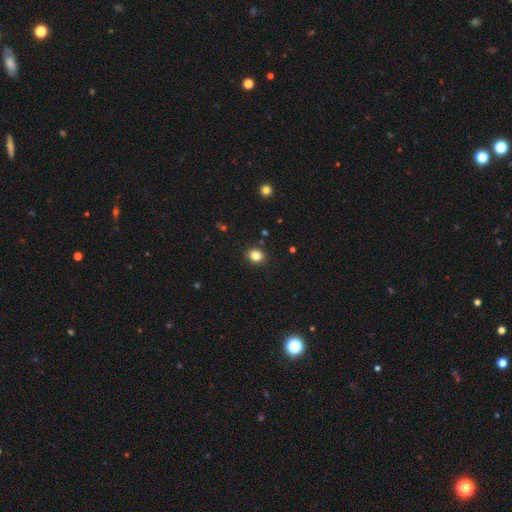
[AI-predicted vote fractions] A smooth galaxy with no disk features (83%) that is round (71%). Merging: none (90%).